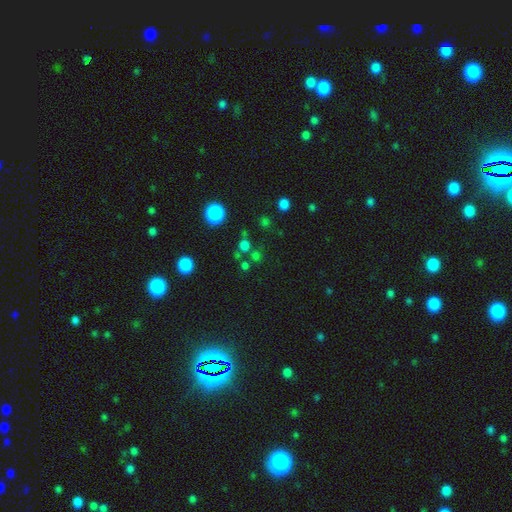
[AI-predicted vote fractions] A smooth galaxy with no disk features (62%) that is round (87%).

Vote fractions:
- Smooth or featured? smooth: 62% / star or artifact: 30% / featured or disk: 8%
- How rounded? round: 87% / in between: 12% / cigar-shaped: 1%
- Merging? none: 66% / merger: 21% / minor disturbance: 8% / major disturbance: 4%